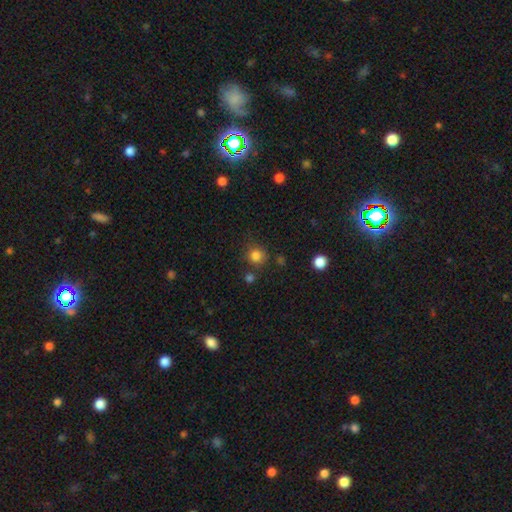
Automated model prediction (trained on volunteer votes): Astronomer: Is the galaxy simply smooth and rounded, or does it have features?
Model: smooth — 82%.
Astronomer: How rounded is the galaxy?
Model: round — 90%.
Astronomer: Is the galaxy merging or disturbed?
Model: none — 77%.